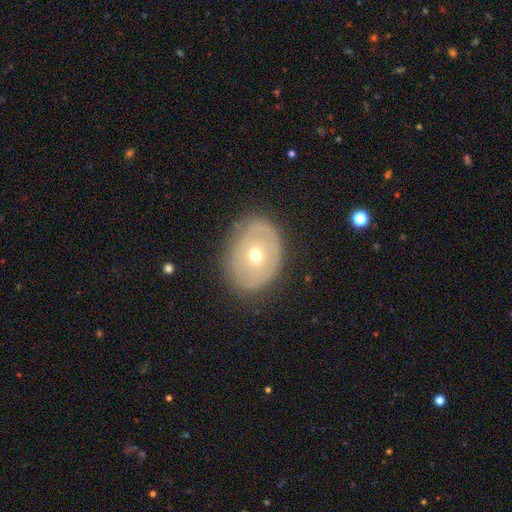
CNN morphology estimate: The model was most divided on "smooth or featured": featured or disk: 50%, smooth: 41%, star or artifact: 8%. More confident: edge-on disk — no (92%); merging — none (73%).